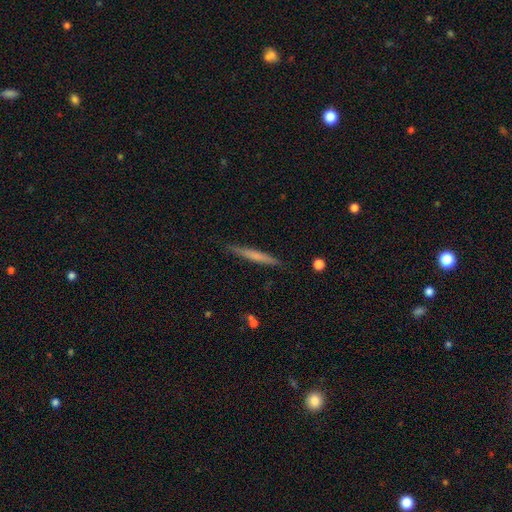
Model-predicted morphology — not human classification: A smooth galaxy with no disk features (57%) that is cigar-shaped (96%).

Vote fractions:
- Smooth or featured? smooth: 57% / featured or disk: 37% / star or artifact: 6%
- How rounded? cigar-shaped: 96% / in between: 3% / round: 1%
- Merging? none: 89% / minor disturbance: 9% / major disturbance: 2% / merger: 1%